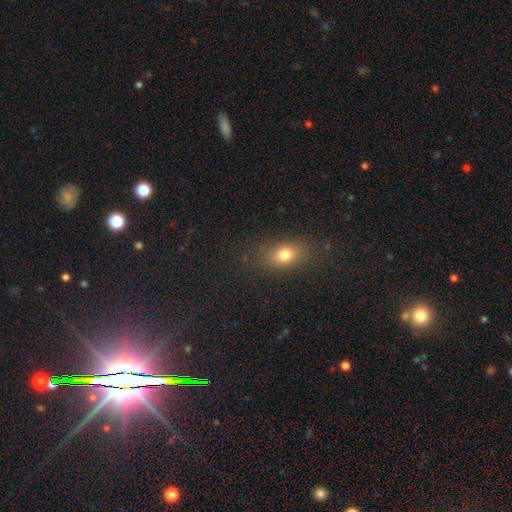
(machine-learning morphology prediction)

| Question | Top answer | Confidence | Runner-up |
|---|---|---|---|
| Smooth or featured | star or artifact | 45% | smooth (39%) |